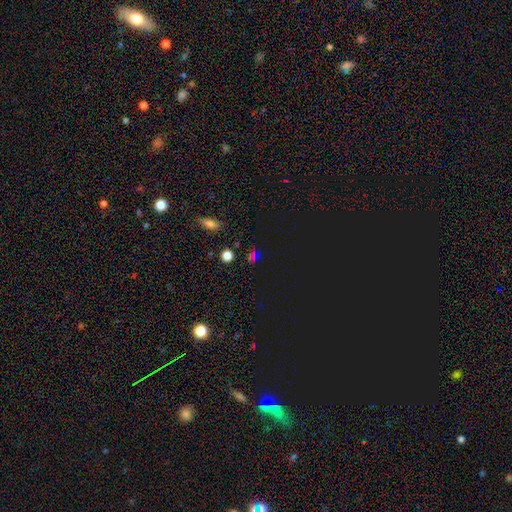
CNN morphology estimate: The model was most divided on "smooth or featured": star or artifact: 54%, smooth: 39%, featured or disk: 8%.